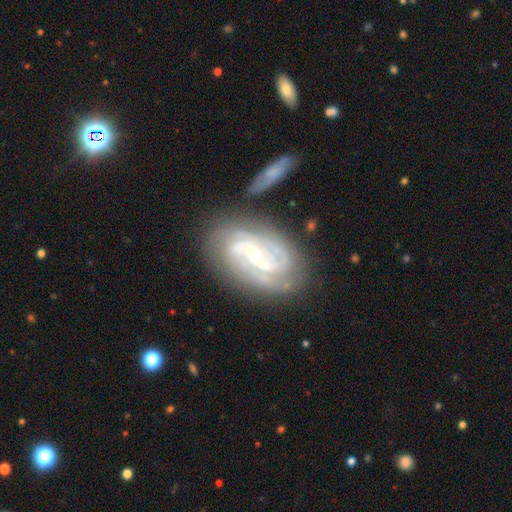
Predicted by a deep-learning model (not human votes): Morphology: type=featured or disk (89%); edge-on=no (96%); bar=weak (42%); spiral arms=yes (97%); winding=tight (49%); arm count=2 (40%); bulge=small (65%); merging=none (73%).